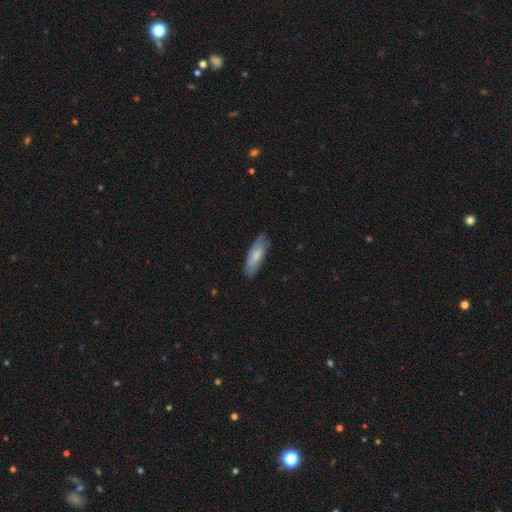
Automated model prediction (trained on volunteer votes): A smooth galaxy with no disk features (61%) that is in between round and cigar-shaped (62%).

Vote fractions:
- Smooth or featured? smooth: 61% / featured or disk: 33% / star or artifact: 6%
- How rounded? in between: 62% / cigar-shaped: 36% / round: 2%
- Merging? none: 75% / minor disturbance: 20% / major disturbance: 4% / merger: 1%